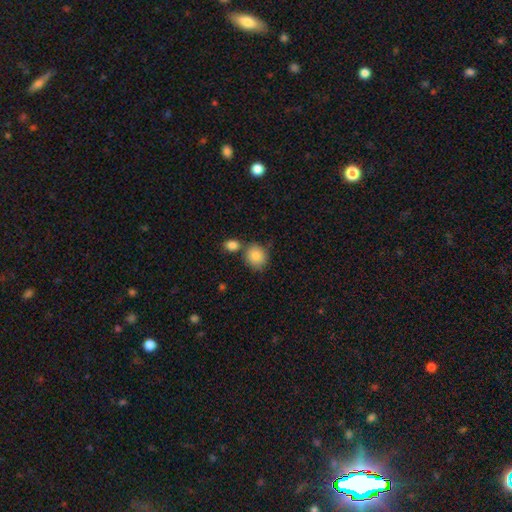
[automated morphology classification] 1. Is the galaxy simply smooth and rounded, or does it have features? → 87% smooth, 7% star or artifact, 5% featured or disk.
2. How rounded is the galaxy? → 74% round, 25% in between, 1% cigar-shaped.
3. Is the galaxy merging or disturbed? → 61% none, 23% merger, 13% minor disturbance, 4% major disturbance.